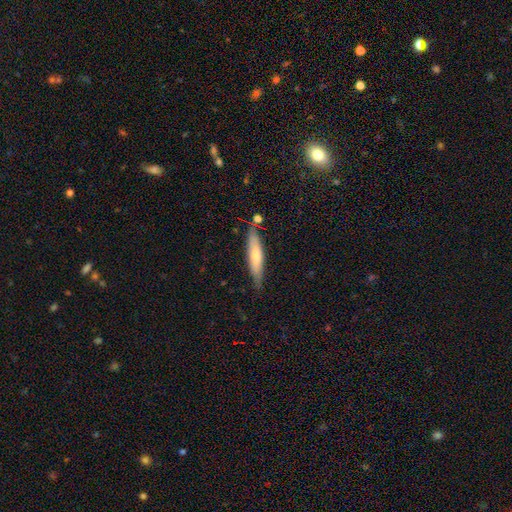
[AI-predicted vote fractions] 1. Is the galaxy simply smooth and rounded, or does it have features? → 60% smooth, 34% featured or disk, 6% star or artifact.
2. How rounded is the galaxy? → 84% cigar-shaped, 14% in between, 1% round.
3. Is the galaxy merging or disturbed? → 78% none, 15% minor disturbance, 4% merger, 3% major disturbance.